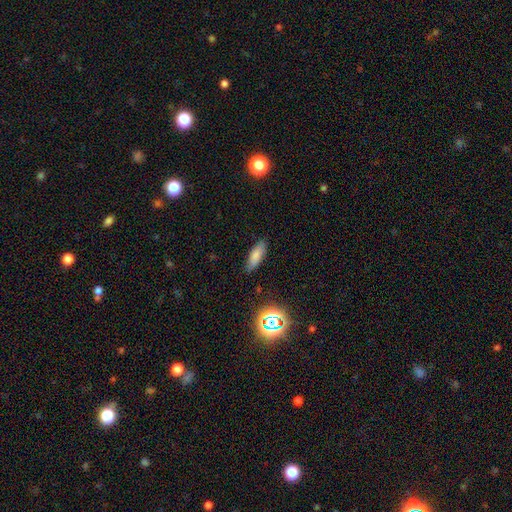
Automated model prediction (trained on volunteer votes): Q: Smooth or featured?
A: smooth (76%); runner-up: star or artifact (12%)
Q: How rounded?
A: in between (63%); runner-up: cigar-shaped (34%)
Q: Merging?
A: none (83%); runner-up: minor disturbance (13%)